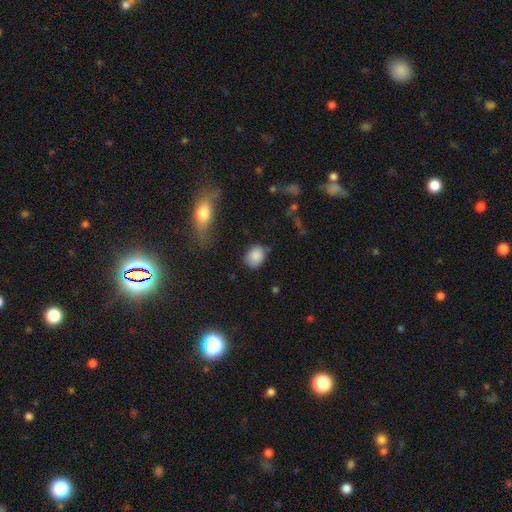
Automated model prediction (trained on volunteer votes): A smooth galaxy with no disk features (87%) that is in between round and cigar-shaped (54%). Merging: none (71%).